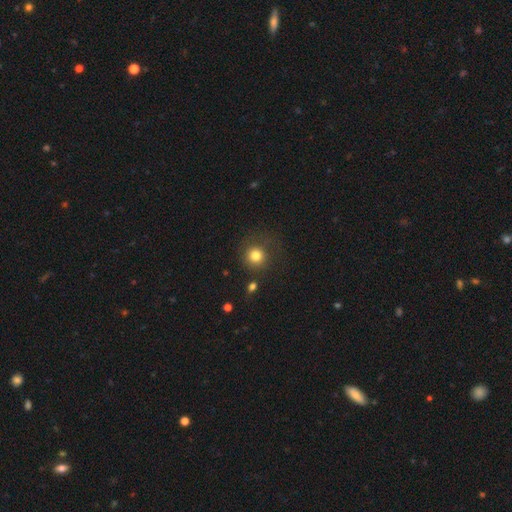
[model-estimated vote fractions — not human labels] smooth-or-featured: smooth: 80% | star or artifact: 12% | featured or disk: 8%
  how-rounded: round: 92% | in between: 7% | cigar-shaped: 1%
  merging: none: 74% | minor disturbance: 14% | major disturbance: 8% | merger: 4%